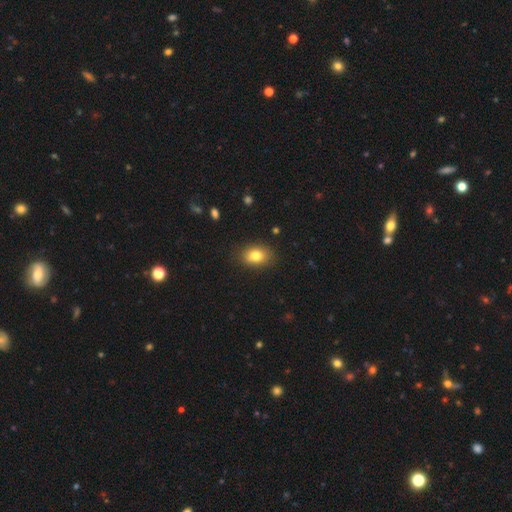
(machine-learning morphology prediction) Smooth or featured: smooth — 81% (featured or disk — 10%)
How rounded: in between — 76% (round — 23%)
Merging: none — 84% (minor disturbance — 12%)